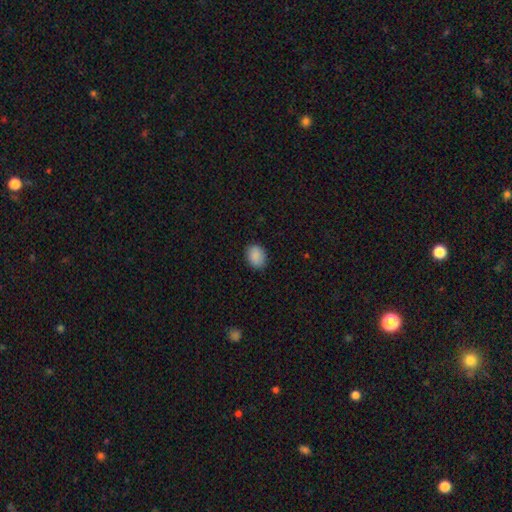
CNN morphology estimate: A smooth galaxy with no disk features (89%) that is in between round and cigar-shaped (61%).

Vote fractions:
- Smooth or featured? smooth: 89% / star or artifact: 8% / featured or disk: 3%
- How rounded? in between: 61% / round: 38% / cigar-shaped: 1%
- Merging? none: 87% / minor disturbance: 10% / major disturbance: 2% / merger: 1%